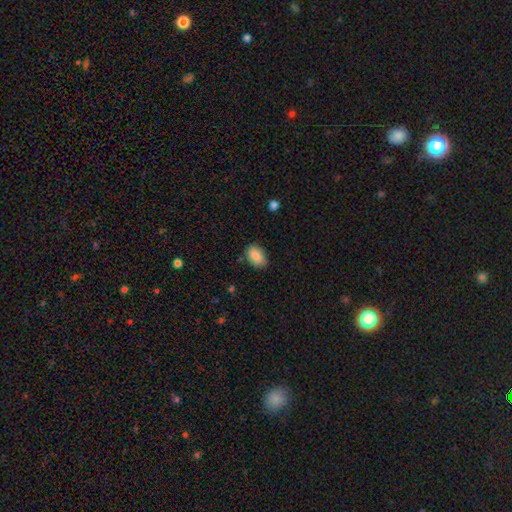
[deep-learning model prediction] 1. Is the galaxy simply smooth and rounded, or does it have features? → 86% smooth, 7% star or artifact, 6% featured or disk.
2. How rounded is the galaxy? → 89% in between, 10% round, 2% cigar-shaped.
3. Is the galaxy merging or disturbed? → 81% none, 15% minor disturbance, 3% major disturbance, 2% merger.